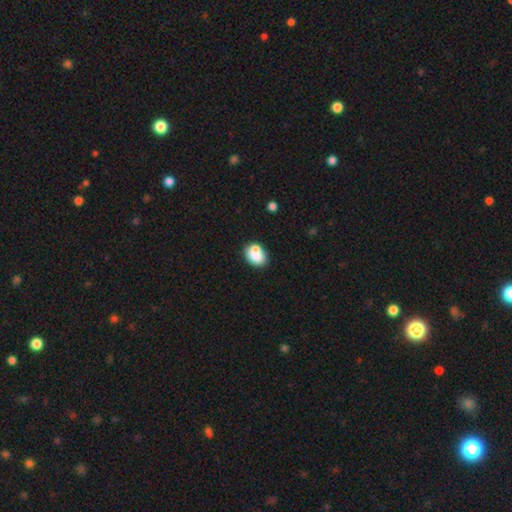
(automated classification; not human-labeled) Smooth or featured?
  - smooth: 79% *
  - featured or disk: 12%
  - star or artifact: 9%
How rounded?
  - in between: 69% *
  - round: 29%
  - cigar-shaped: 1%
Merging?
  - none: 50% *
  - merger: 27%
  - minor disturbance: 18%
  - major disturbance: 6%